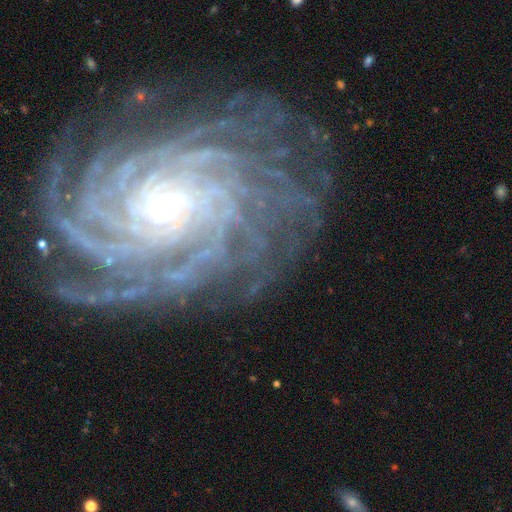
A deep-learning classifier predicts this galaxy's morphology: Smooth or featured? Predicted: featured or disk (p=0.90). Edge-on disk? Predicted: no (p=0.97). Bar? Predicted: no (p=0.71). Spiral arms? Predicted: yes (p=0.98). Spiral winding? Predicted: tight (p=0.80). Spiral arm count? Predicted: more than 4 (p=0.46). Bulge size? Predicted: small (p=0.84). Merging? Predicted: none (p=0.79).